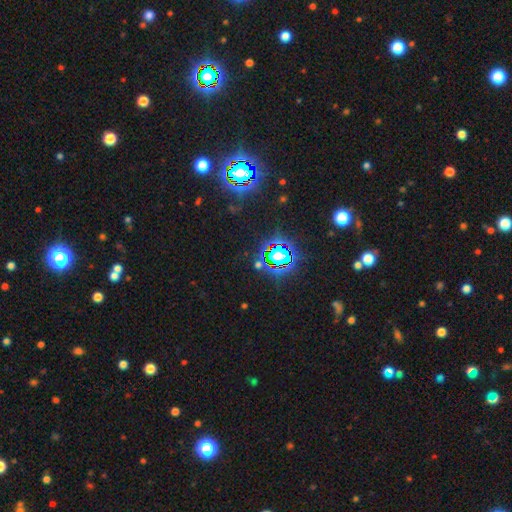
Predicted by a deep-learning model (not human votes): A star or artifact, not a galaxy (81%).